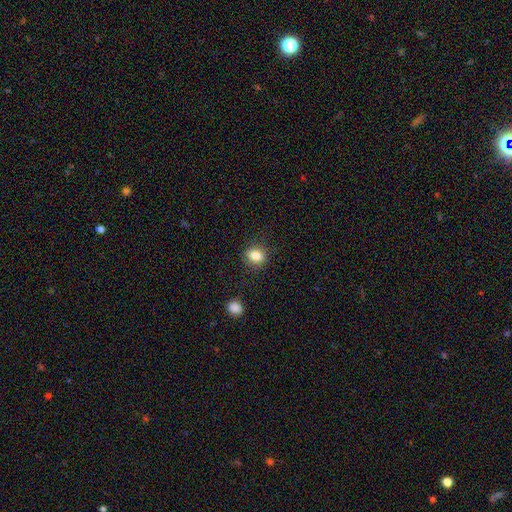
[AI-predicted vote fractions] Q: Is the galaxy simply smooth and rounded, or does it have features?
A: smooth — 84%.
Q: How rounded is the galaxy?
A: in between — 53%.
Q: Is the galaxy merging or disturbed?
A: none — 85%.